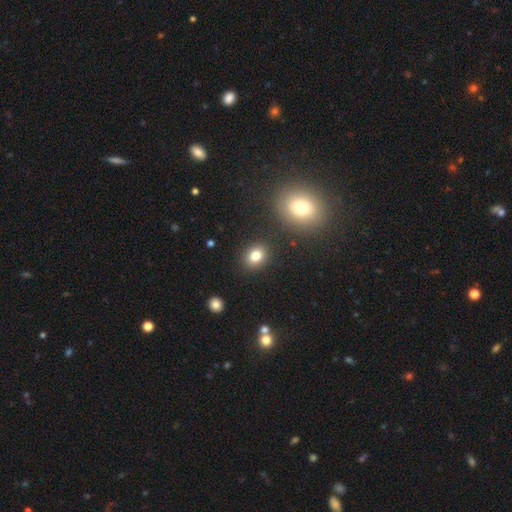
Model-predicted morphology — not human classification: Smooth or featured? smooth (81%)
How rounded? round (56%)
Merging? none (87%)